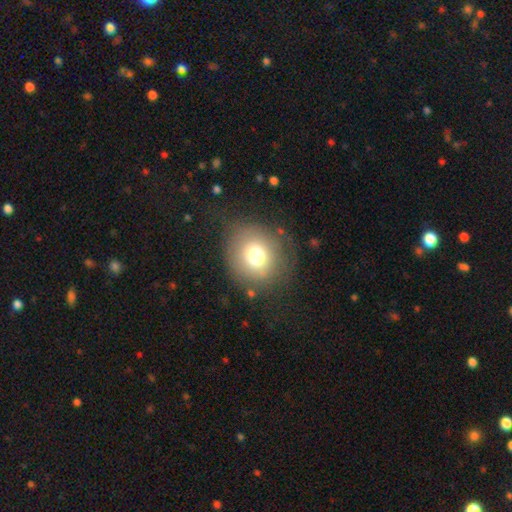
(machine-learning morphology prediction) The model was most divided on "smooth or featured": smooth: 72%, featured or disk: 15%, star or artifact: 13%. More confident: how rounded — round (86%); merging — none (75%).